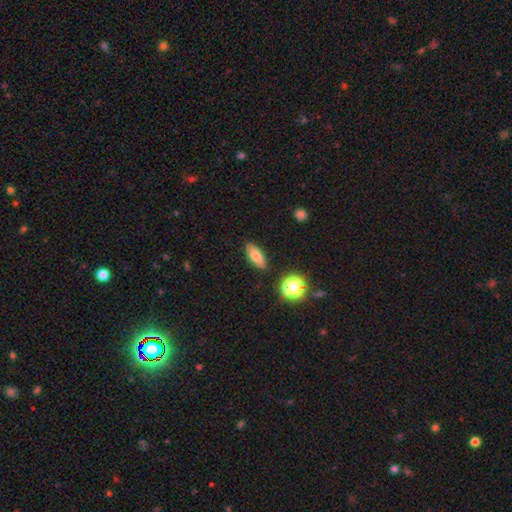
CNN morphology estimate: smooth-or-featured: smooth: 72% | featured or disk: 17% | star or artifact: 11%
  how-rounded: in between: 62% | cigar-shaped: 32% | round: 6%
  merging: none: 87% | minor disturbance: 9% | major disturbance: 2% | merger: 2%